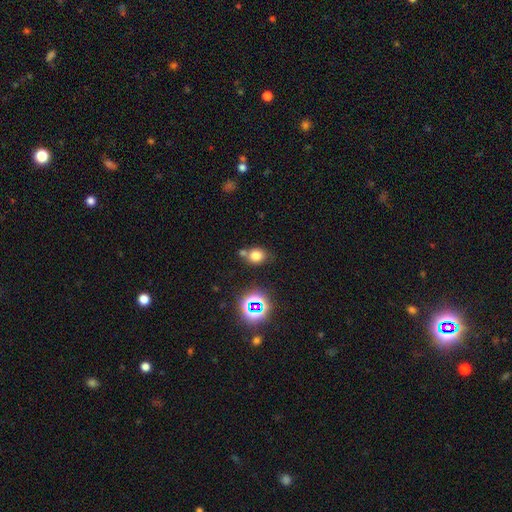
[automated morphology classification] This is likely a smooth galaxy (72%). How rounded: likely round (60%). Merging: likely none (61%).